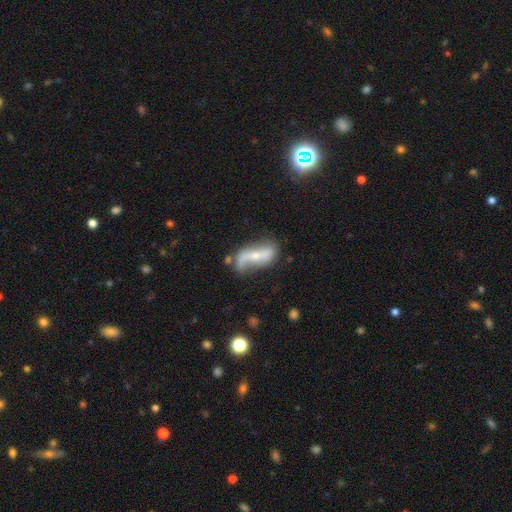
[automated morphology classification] Q: Smooth or featured?
A: featured or disk (69%); runner-up: smooth (24%)
Q: Edge-on disk?
A: no (83%); runner-up: yes (17%)
Q: Bar?
A: strong (44%); runner-up: no (29%)
Q: Spiral arms?
A: yes (77%); runner-up: no (23%)
Q: Bulge size?
A: small (58%); runner-up: moderate (34%)
Q: Merging?
A: none (53%); runner-up: minor disturbance (27%)